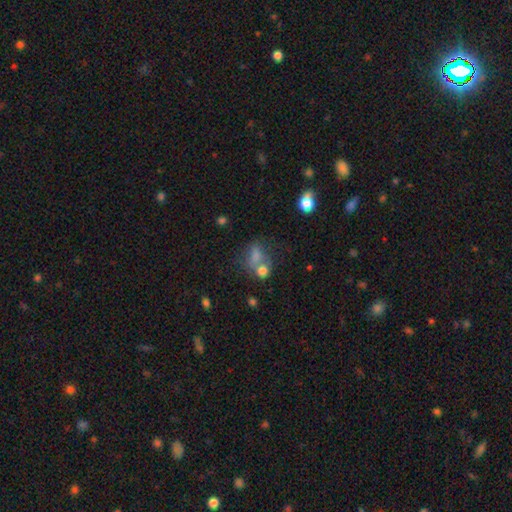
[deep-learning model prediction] smooth_or_featured: smooth (p=0.62) [alt: star or artifact p=0.22]
how_rounded: in between (p=0.58) [alt: round p=0.38]
merging: none (p=0.38) [alt: merger p=0.37]